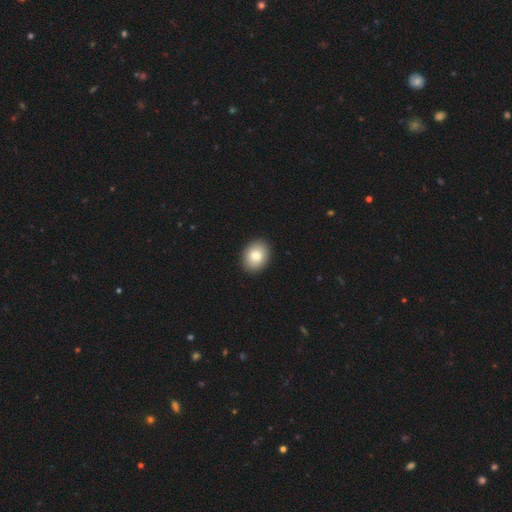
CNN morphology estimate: This appears to be a smooth galaxy with no disk features (83%) that is in between round and cigar-shaped (64%). Merging: none (92%).